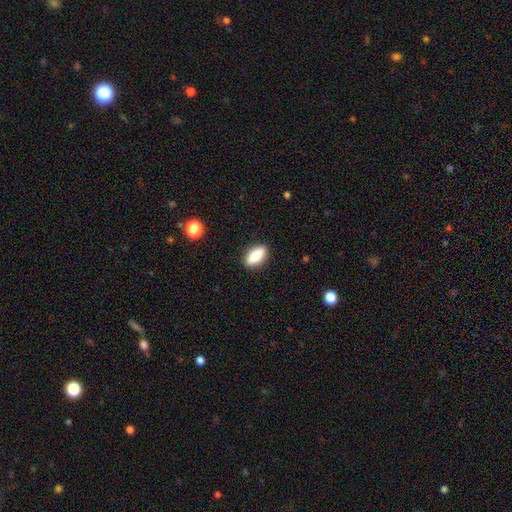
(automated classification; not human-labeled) smooth 73%, featured or disk 20%, star or artifact 7%. Down the decision tree: how rounded — in between (82%); merging — none (88%).